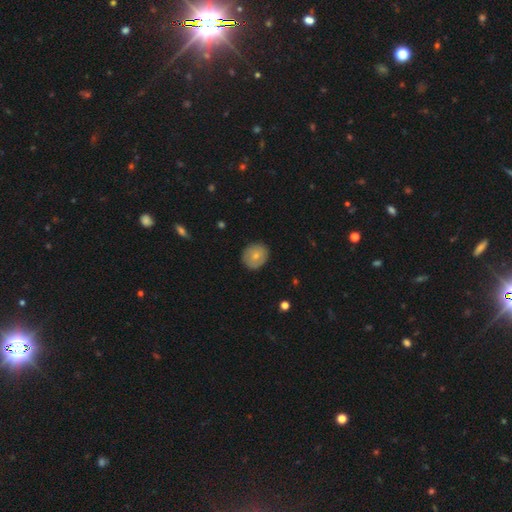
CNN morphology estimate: smooth_or_featured: smooth (p=0.70) [alt: featured or disk p=0.23]
how_rounded: round (p=0.77) [alt: in between p=0.22]
merging: none (p=0.85) [alt: minor disturbance p=0.11]